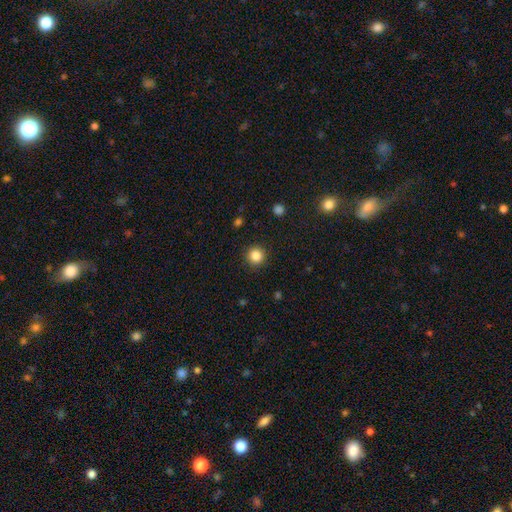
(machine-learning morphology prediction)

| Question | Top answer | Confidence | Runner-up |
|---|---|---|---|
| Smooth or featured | smooth | 85% | star or artifact (11%) |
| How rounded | round | 95% | in between (4%) |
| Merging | none | 91% | minor disturbance (6%) |